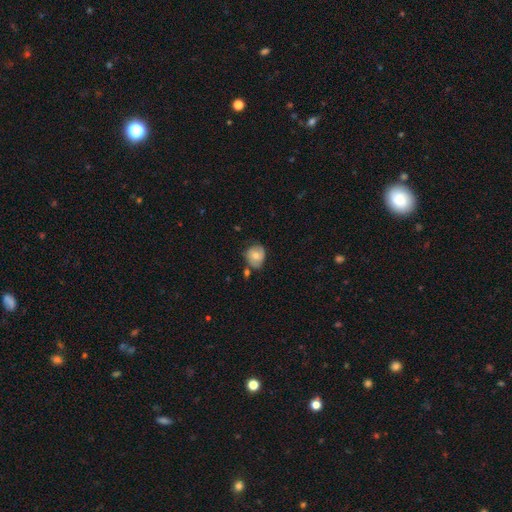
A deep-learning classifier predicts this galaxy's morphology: Smooth or featured? smooth (59%)
How rounded? round (72%)
Merging? none (59%)